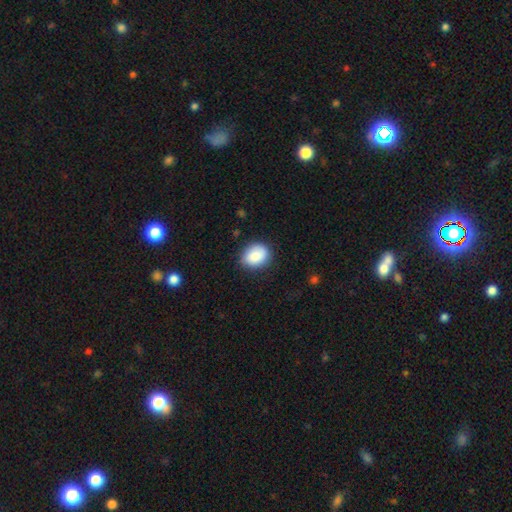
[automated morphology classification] The model was most divided on "how rounded": in between: 59%, round: 40%, cigar-shaped: 1%. More confident: smooth or featured — smooth (87%); merging — none (81%).